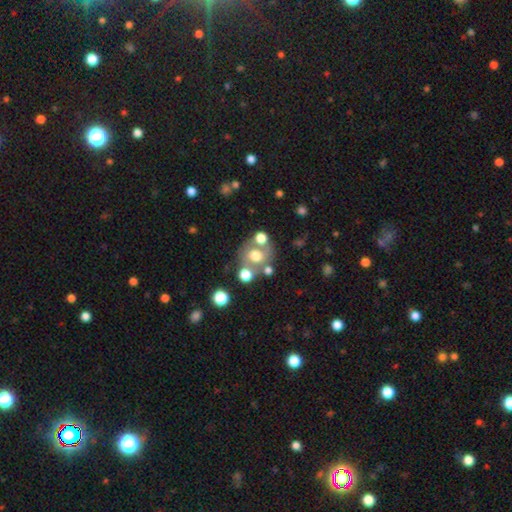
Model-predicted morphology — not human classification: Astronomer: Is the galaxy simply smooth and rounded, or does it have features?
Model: smooth — 57%.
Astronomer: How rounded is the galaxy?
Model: round — 75%.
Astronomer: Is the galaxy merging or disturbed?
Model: none — 56%.